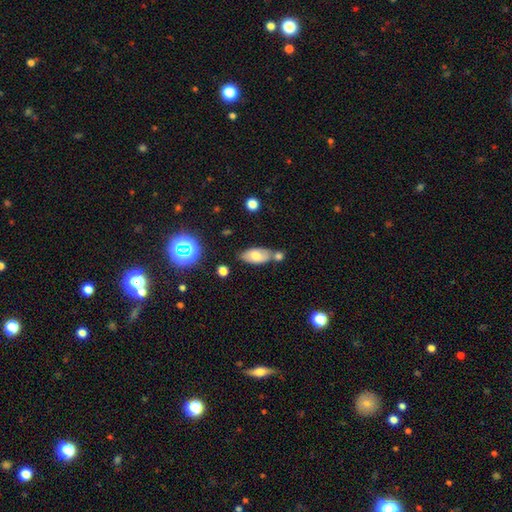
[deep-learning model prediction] Q: Smooth or featured?
A: smooth (64%); runner-up: featured or disk (26%)
Q: How rounded?
A: in between (91%); runner-up: cigar-shaped (5%)
Q: Merging?
A: none (61%); runner-up: merger (20%)